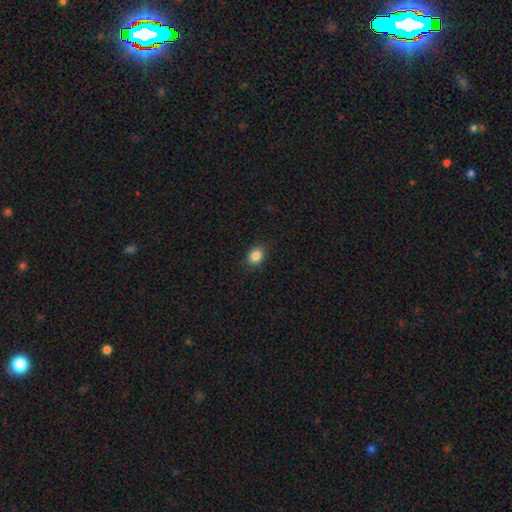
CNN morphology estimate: type=smooth (85%); roundness=in between (57%); merging=none (88%).